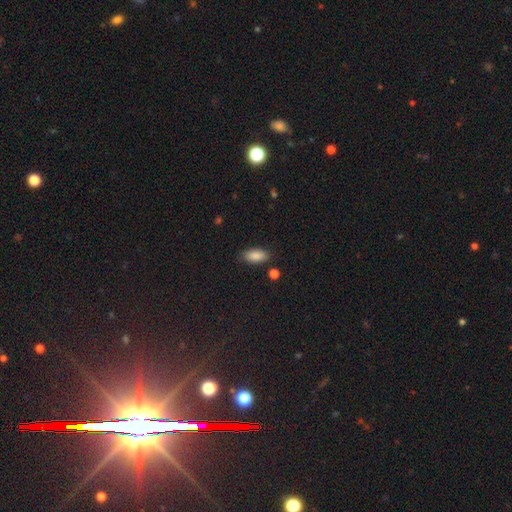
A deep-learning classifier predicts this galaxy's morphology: The model was most divided on "merging": none: 82%, minor disturbance: 12%, major disturbance: 3%, merger: 3%. More confident: how rounded — in between (90%); smooth or featured — smooth (87%).